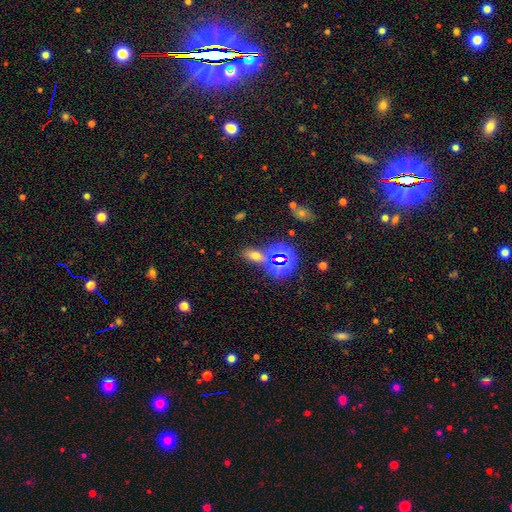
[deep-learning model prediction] Smooth or featured?
  - smooth: 53% *
  - star or artifact: 37%
  - featured or disk: 10%
How rounded?
  - in between: 79% *
  - round: 15%
  - cigar-shaped: 6%
Merging?
  - none: 67% *
  - merger: 16%
  - minor disturbance: 12%
  - major disturbance: 5%